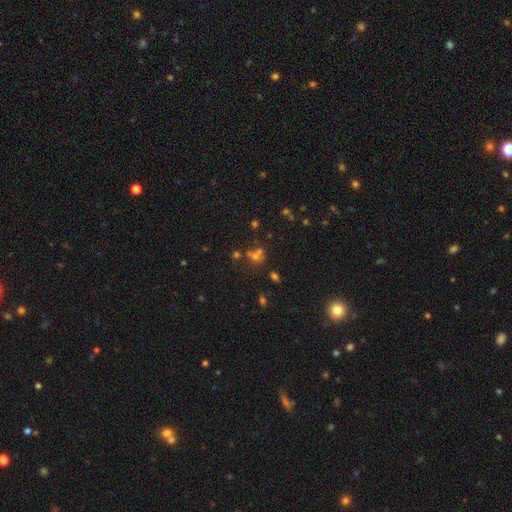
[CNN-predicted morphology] Smooth or featured: smooth — 48% (star or artifact — 34%)
Merging: none — 46% (merger — 38%)